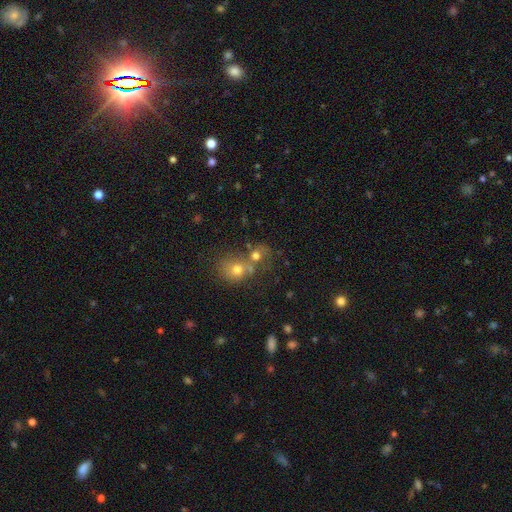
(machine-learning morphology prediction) type=smooth (67%); roundness=round (71%); merging=merger (53%).